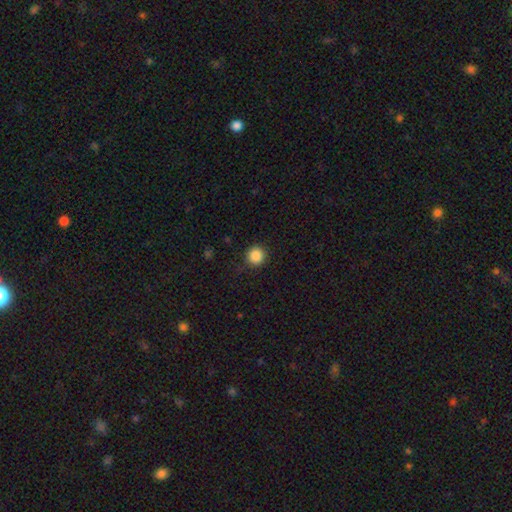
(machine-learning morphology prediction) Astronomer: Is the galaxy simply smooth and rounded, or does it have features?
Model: smooth — 87%.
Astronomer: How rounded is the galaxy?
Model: round — 94%.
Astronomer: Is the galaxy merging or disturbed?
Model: none — 88%.